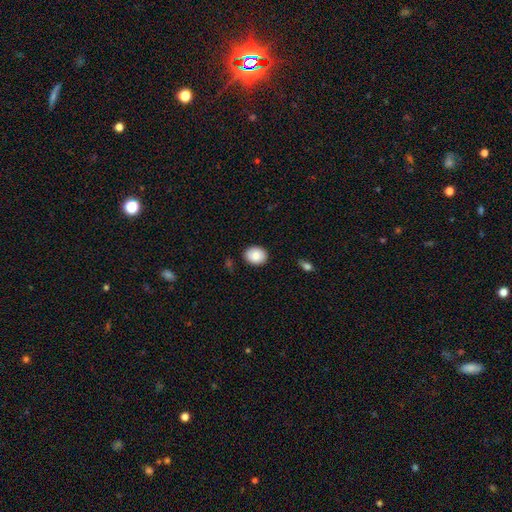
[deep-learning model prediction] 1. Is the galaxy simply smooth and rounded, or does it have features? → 86% smooth, 7% star or artifact, 7% featured or disk.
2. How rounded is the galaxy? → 54% round, 45% in between, 1% cigar-shaped.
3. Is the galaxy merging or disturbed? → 87% none, 9% minor disturbance, 2% major disturbance, 2% merger.